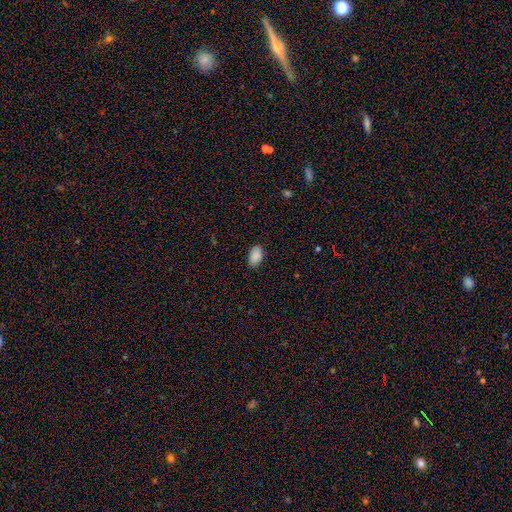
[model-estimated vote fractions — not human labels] Smooth or featured: smooth — 87% (star or artifact — 8%)
How rounded: in between — 91% (round — 7%)
Merging: none — 80% (minor disturbance — 16%)